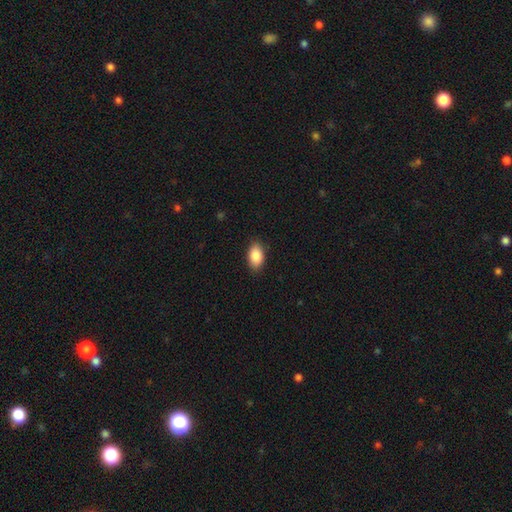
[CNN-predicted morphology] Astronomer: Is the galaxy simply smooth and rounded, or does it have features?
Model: smooth — 87%.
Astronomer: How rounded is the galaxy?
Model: in between — 92%.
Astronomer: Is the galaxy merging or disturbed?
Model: none — 87%.